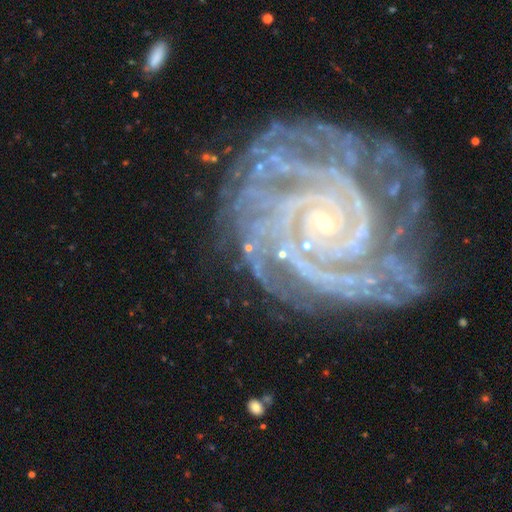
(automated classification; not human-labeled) Q: Smooth or featured?
A: featured or disk (92%); runner-up: star or artifact (6%)
Q: Edge-on disk?
A: no (98%); runner-up: yes (2%)
Q: Bar?
A: no (65%); runner-up: weak (20%)
Q: Spiral arms?
A: yes (99%); runner-up: no (1%)
Q: Spiral winding?
A: tight (82%); runner-up: medium (15%)
Q: Spiral arm count?
A: 2 (24%); runner-up: 3 (20%)
Q: Bulge size?
A: small (80%); runner-up: moderate (16%)
Q: Merging?
A: none (69%); runner-up: minor disturbance (19%)